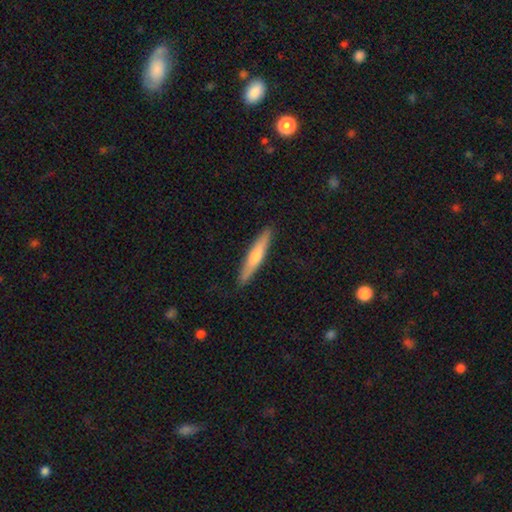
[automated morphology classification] smooth_or_featured: smooth (p=0.51) [alt: featured or disk p=0.43]
how_rounded: cigar-shaped (p=0.92) [alt: in between p=0.06]
merging: none (p=0.90) [alt: minor disturbance p=0.07]